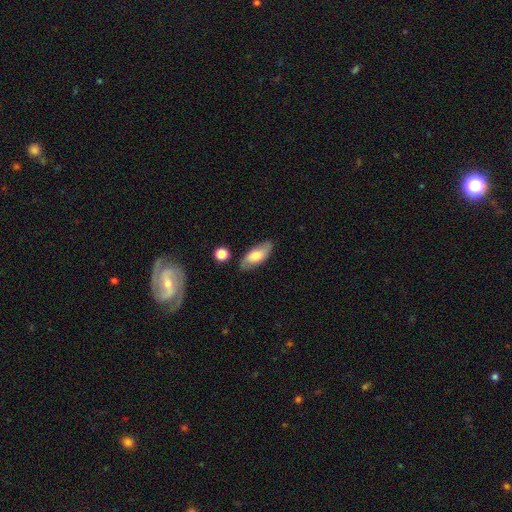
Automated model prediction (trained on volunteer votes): The model was most divided on "smooth or featured": smooth: 66%, featured or disk: 28%, star or artifact: 7%. More confident: how rounded — in between (81%); merging — none (78%).